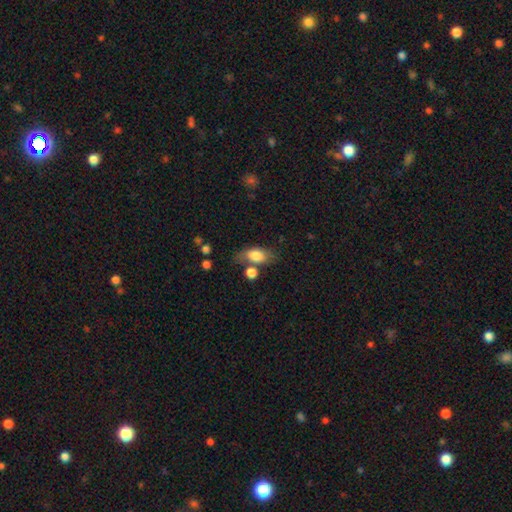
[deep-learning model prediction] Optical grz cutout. It shows a smooth galaxy with no disk features (78%) that is in between round and cigar-shaped (85%). Merging: none (54%).